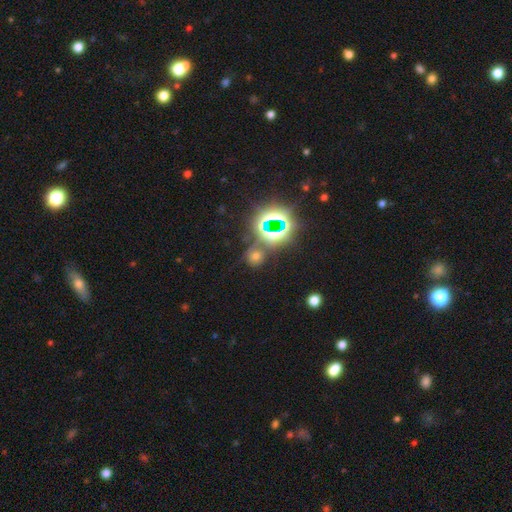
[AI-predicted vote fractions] Smooth or featured: star or artifact — 48% (smooth — 43%)